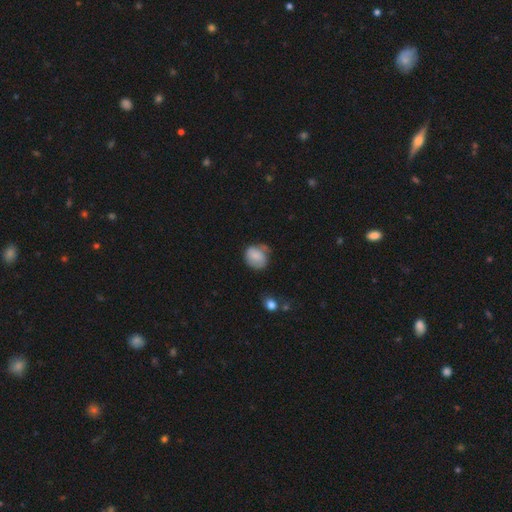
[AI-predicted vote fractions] Overall: smooth (76%). How rounded: round (64%; in between 36%). Merging: none (47%; minor disturbance 35%).